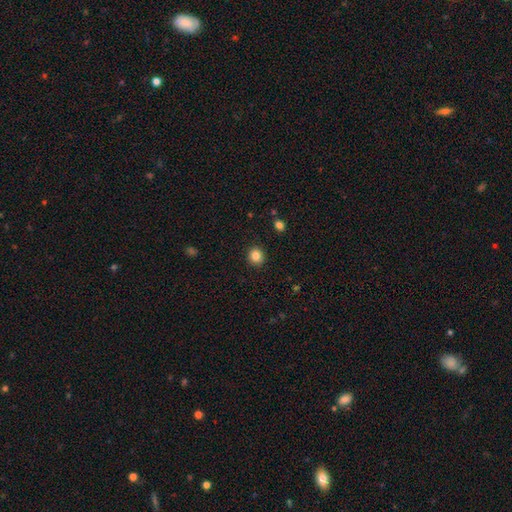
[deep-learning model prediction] The model was most divided on "smooth or featured": smooth: 84%, star or artifact: 11%, featured or disk: 5%. More confident: merging — none (92%); how rounded — round (90%).